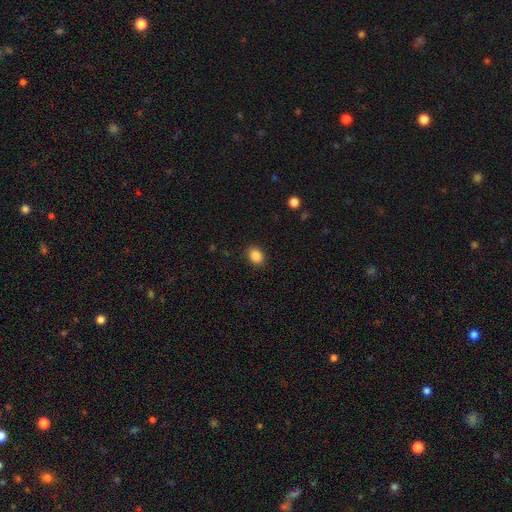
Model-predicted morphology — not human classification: This appears to be a smooth galaxy with no disk features (87%) that is in between round and cigar-shaped (57%). Merging: none (90%).